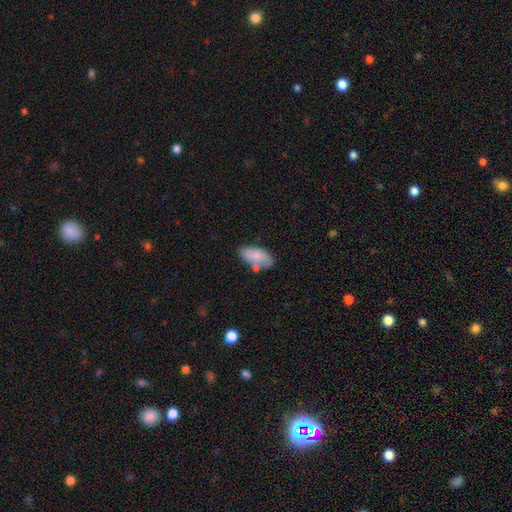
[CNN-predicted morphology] Q: Smooth or featured?
A: smooth (76%); runner-up: featured or disk (18%)
Q: How rounded?
A: in between (91%); runner-up: cigar-shaped (6%)
Q: Merging?
A: none (56%); runner-up: minor disturbance (22%)